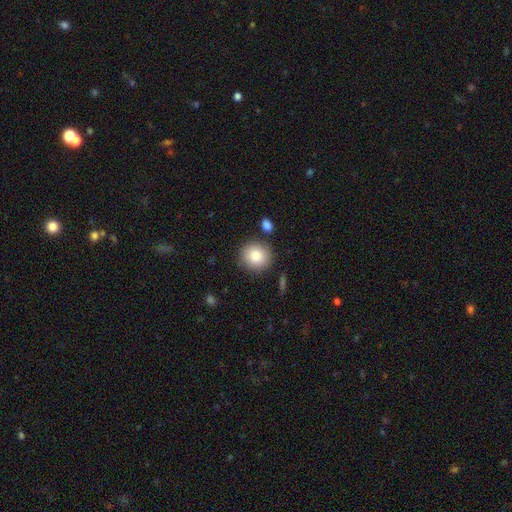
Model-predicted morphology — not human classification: Smooth or featured: smooth — 84% (star or artifact — 8%)
How rounded: round — 90% (in between — 9%)
Merging: none — 84% (minor disturbance — 8%)